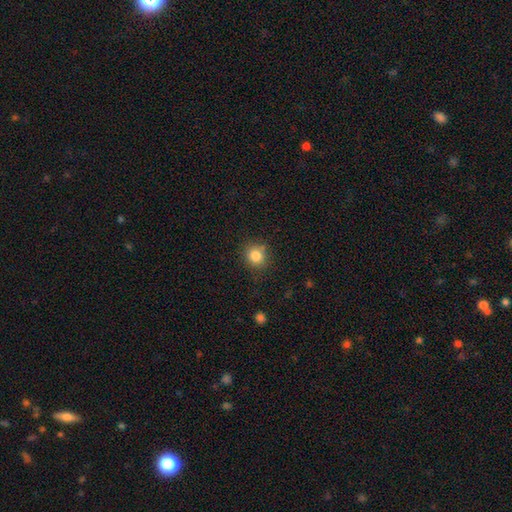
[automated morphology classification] This appears to be a smooth galaxy with no disk features (84%) that is round (85%). Merging: none (80%).